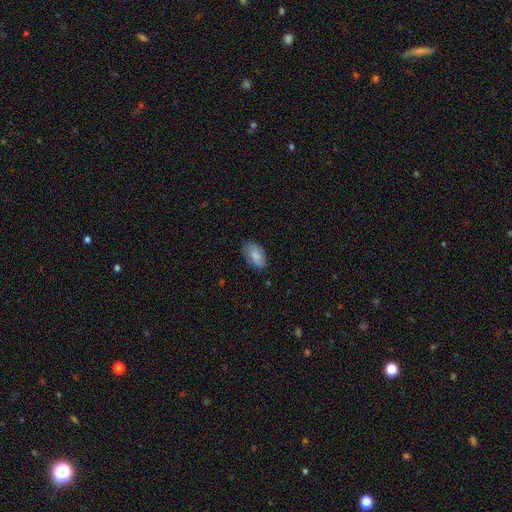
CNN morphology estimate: Overall: smooth (78%). How rounded: in between (93%). Merging: none (73%).